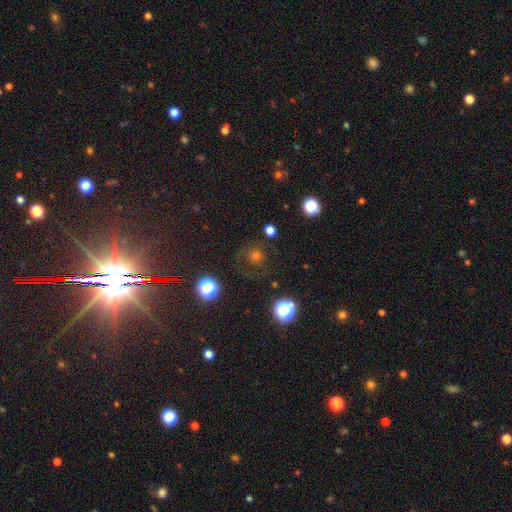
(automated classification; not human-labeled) A smooth galaxy with no disk features (53%) that is round (91%).

Vote fractions:
- Smooth or featured? smooth: 53% / star or artifact: 31% / featured or disk: 16%
- How rounded? round: 91% / in between: 8% / cigar-shaped: 1%
- Merging? none: 75% / minor disturbance: 13% / major disturbance: 9% / merger: 2%